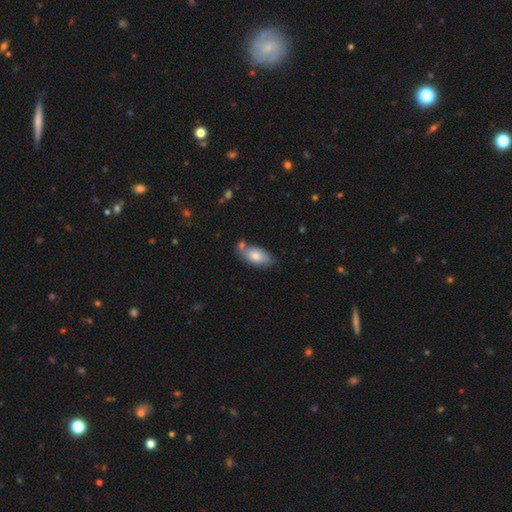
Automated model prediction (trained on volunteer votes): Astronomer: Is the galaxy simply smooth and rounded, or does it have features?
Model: smooth — 77%.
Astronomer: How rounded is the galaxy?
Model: in between — 91%.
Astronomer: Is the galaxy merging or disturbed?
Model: none — 61%.